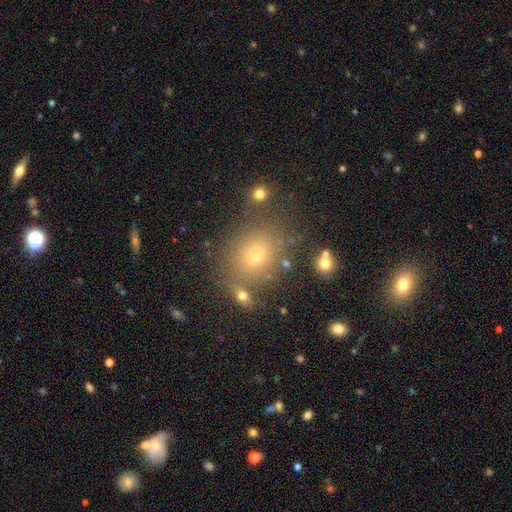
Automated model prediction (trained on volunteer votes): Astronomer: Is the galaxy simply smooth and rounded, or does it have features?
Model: smooth — 68%.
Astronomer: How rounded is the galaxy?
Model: round — 53% (runner-up: in between, 46%).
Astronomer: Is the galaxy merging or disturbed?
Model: none — 75%.